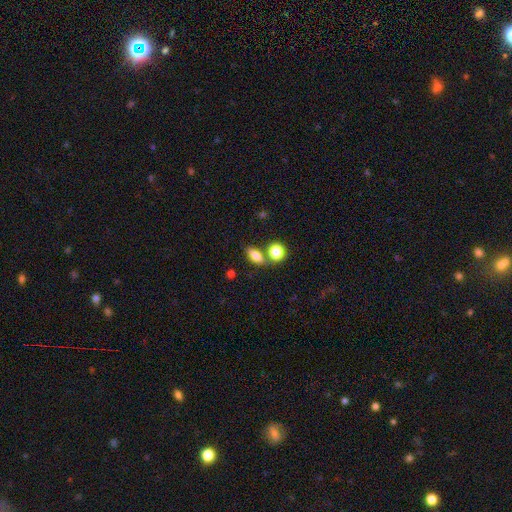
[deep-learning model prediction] Smooth or featured: smooth — 79% (featured or disk — 11%)
How rounded: in between — 73% (round — 15%)
Merging: none — 63% (merger — 20%)